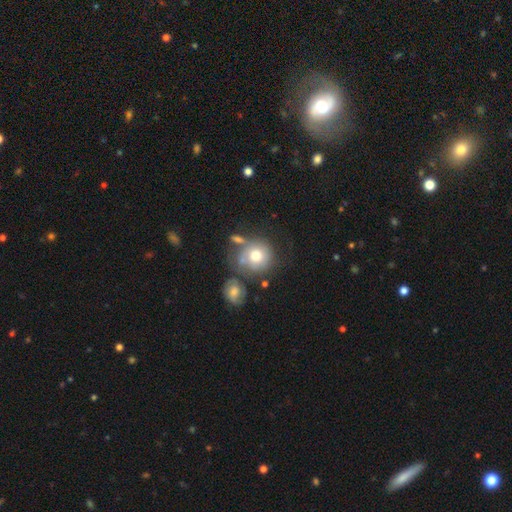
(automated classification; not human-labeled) A smooth galaxy with no disk features (65%) that is round (85%).

Vote fractions:
- Smooth or featured? smooth: 65% / featured or disk: 27% / star or artifact: 9%
- How rounded? round: 85% / in between: 14% / cigar-shaped: 1%
- Merging? none: 47% / merger: 24% / minor disturbance: 18% / major disturbance: 11%